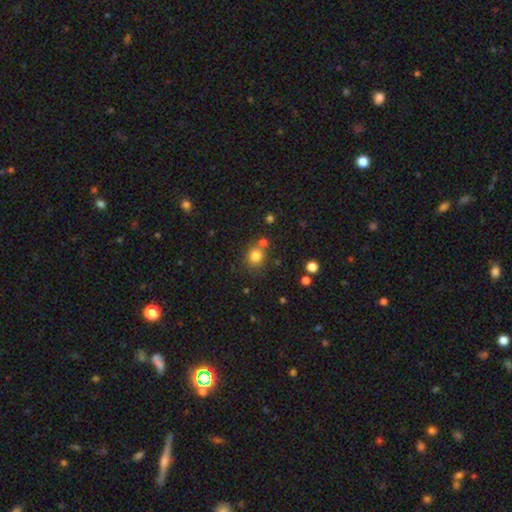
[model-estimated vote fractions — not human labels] Smooth or featured? Predicted: smooth (p=0.80). How rounded? Predicted: round (p=0.81). Merging? Predicted: none (p=0.68).